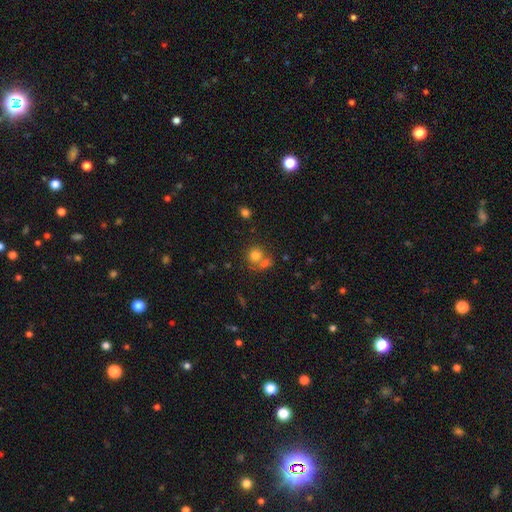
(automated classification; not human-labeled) This appears to be a smooth galaxy with no disk features (76%) that is round (83%). Merging: none (46%).